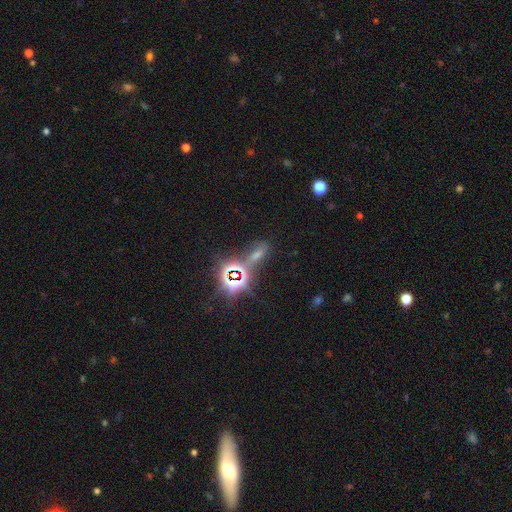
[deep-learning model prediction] Morphology: type=star or artifact (68%).